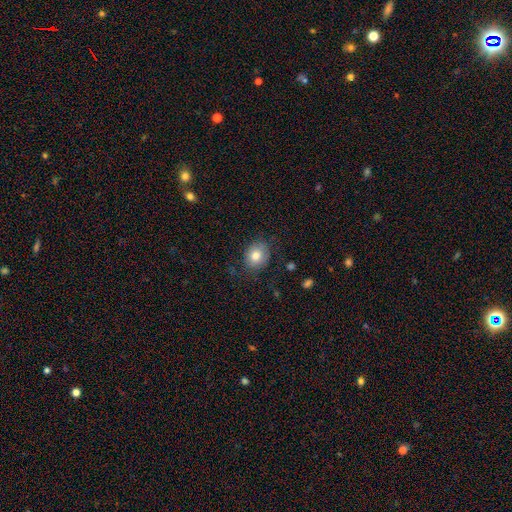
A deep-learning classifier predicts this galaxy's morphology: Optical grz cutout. It shows a smooth galaxy with no disk features (79%) that is round (53%). Merging: none (75%).